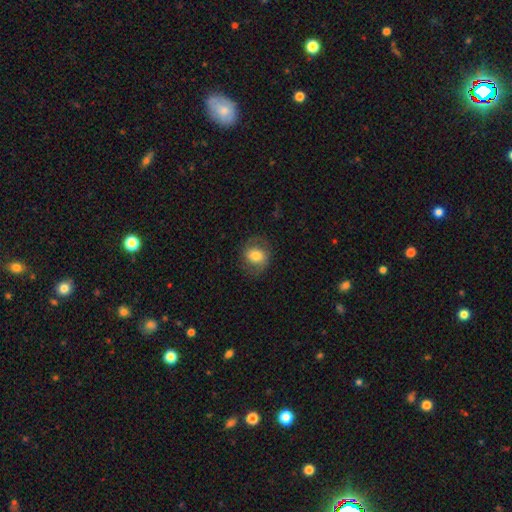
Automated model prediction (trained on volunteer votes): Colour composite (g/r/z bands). It shows a smooth galaxy with no disk features (63%) that is round (65%). Merging: none (75%).